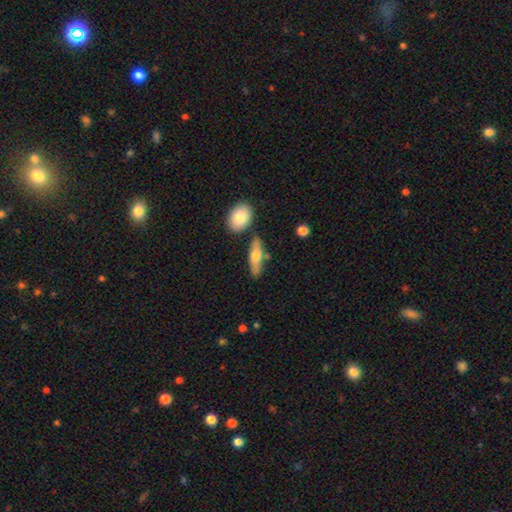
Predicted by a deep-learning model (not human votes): Smooth or featured?
  - smooth: 61% *
  - featured or disk: 33%
  - star or artifact: 6%
How rounded?
  - cigar-shaped: 52% *
  - in between: 44%
  - round: 4%
Merging?
  - none: 74% *
  - minor disturbance: 13%
  - merger: 10%
  - major disturbance: 3%